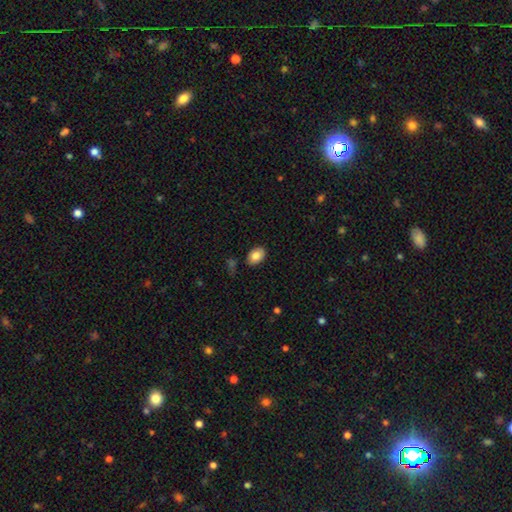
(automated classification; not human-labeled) smooth 82%, featured or disk 11%, star or artifact 7%. Down the decision tree: how rounded — in between (85%); merging — none (85%).